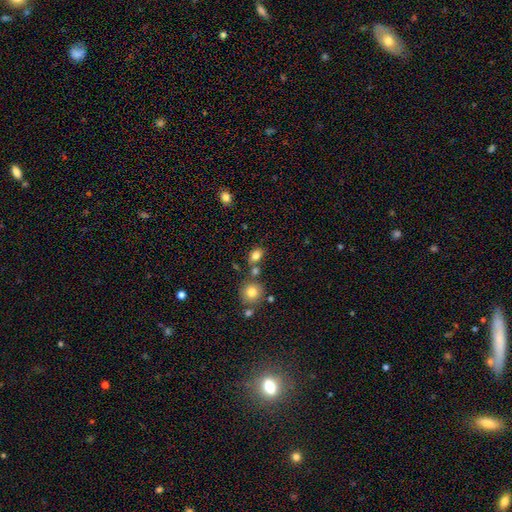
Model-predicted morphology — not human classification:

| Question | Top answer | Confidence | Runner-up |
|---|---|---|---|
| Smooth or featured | smooth | 81% | star or artifact (11%) |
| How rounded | in between | 64% | round (35%) |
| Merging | none | 66% | merger (18%) |